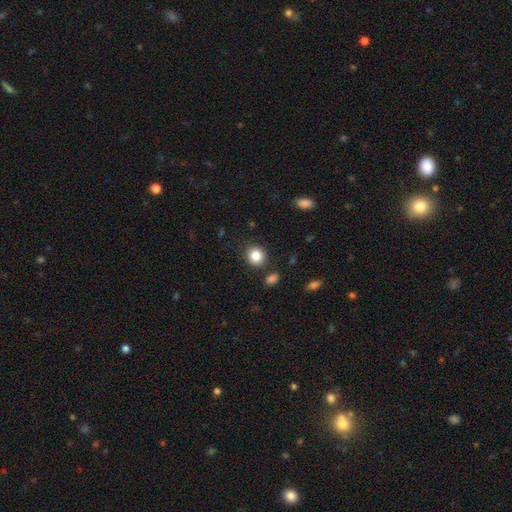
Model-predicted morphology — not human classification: Overall: smooth (85%). How rounded: round (77%). Merging: none (85%).